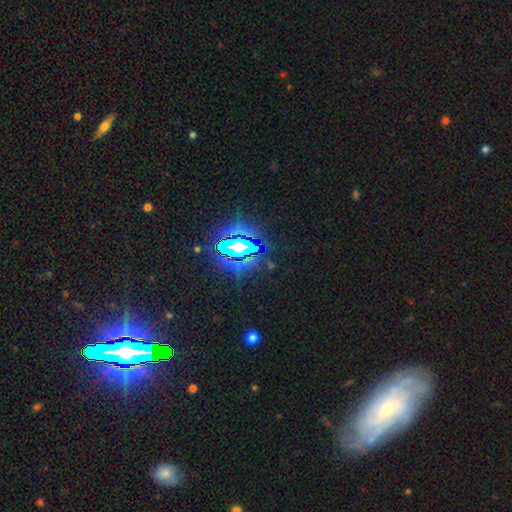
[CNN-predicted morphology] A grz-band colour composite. It shows a star or artifact, not a galaxy (75%).